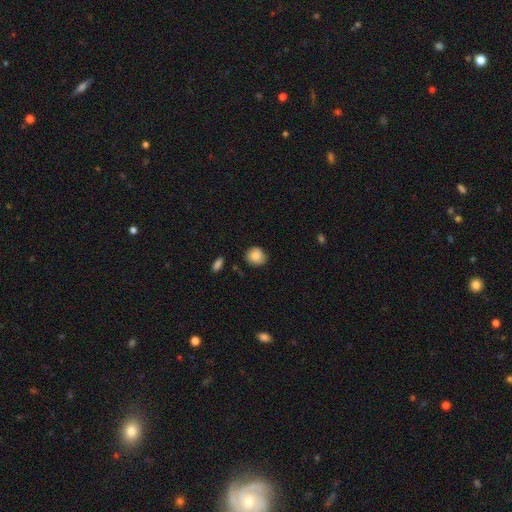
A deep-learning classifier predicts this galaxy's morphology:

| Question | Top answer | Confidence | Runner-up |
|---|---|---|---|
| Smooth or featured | smooth | 84% | featured or disk (8%) |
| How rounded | round | 80% | in between (18%) |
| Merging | none | 81% | minor disturbance (14%) |